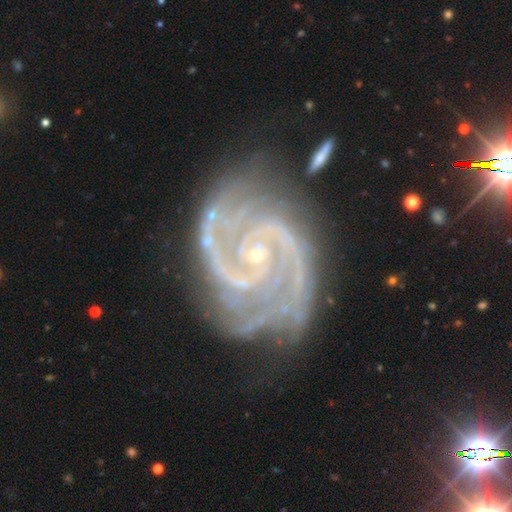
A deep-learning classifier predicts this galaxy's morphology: This is clearly a featured or disk galaxy (93%). It is clearly not viewed edge-on (98%). Bar: possibly no (57%). Spiral arm pattern: clearly yes (99%). Spiral arm count: possibly 2 (58%). Spiral winding: possibly tight (47%). Central bulge: clearly small (85%). Merging: likely none (69%).